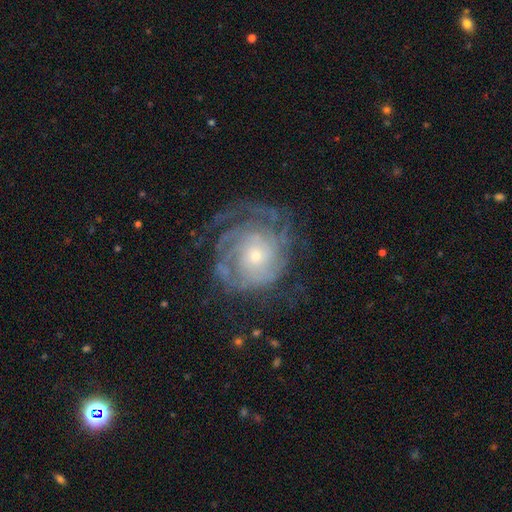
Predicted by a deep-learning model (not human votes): Smooth or featured? Predicted: featured or disk (p=0.83). Edge-on disk? Predicted: no (p=0.97). Bar? Predicted: no (p=0.79). Spiral arms? Predicted: yes (p=0.93). Spiral winding? Predicted: tight (p=0.71). Spiral arm count? Predicted: can't tell (p=0.38). Bulge size? Predicted: small (p=0.64). Merging? Predicted: none (p=0.64).